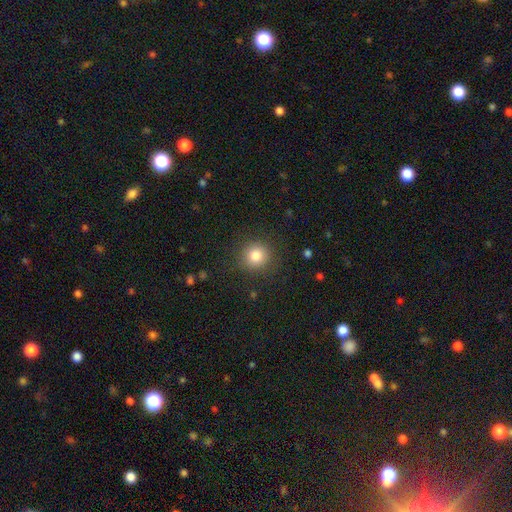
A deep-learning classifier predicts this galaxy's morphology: type=smooth (83%); roundness=round (92%); merging=none (88%).